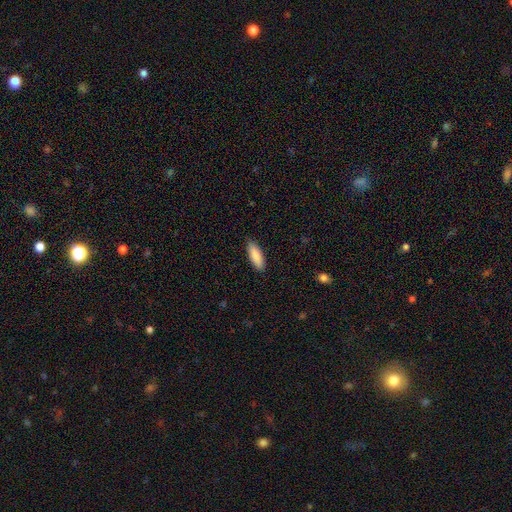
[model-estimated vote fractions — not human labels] smooth-or-featured: smooth: 88% | featured or disk: 6% | star or artifact: 6%
  how-rounded: in between: 62% | cigar-shaped: 36% | round: 1%
  merging: none: 88% | minor disturbance: 9% | major disturbance: 2% | merger: 1%